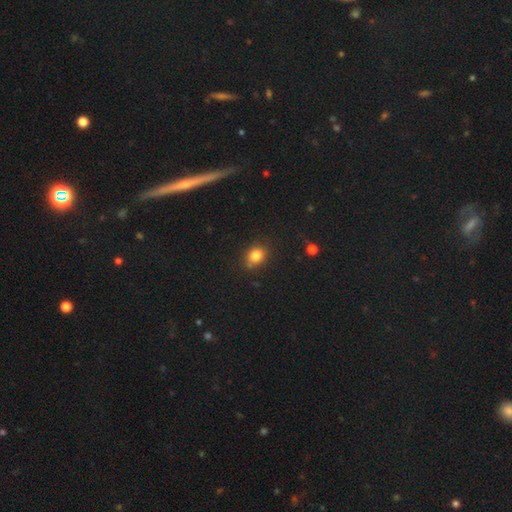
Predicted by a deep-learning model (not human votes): Q: Smooth or featured?
A: smooth (82%); runner-up: star or artifact (11%)
Q: How rounded?
A: round (57%); runner-up: in between (41%)
Q: Merging?
A: none (75%); runner-up: minor disturbance (17%)